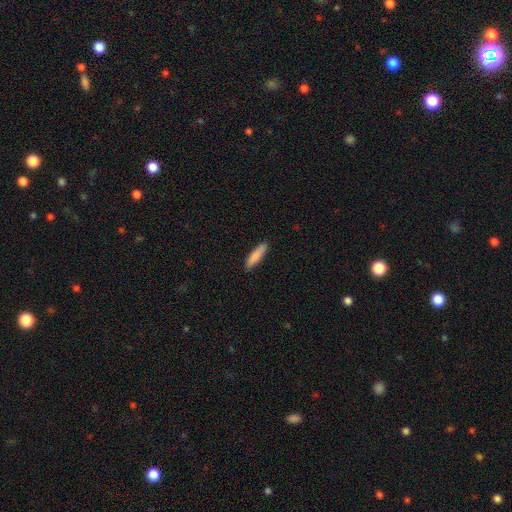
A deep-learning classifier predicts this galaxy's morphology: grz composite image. It shows a smooth galaxy with no disk features (86%) that is cigar-shaped (76%). Merging: none (89%).